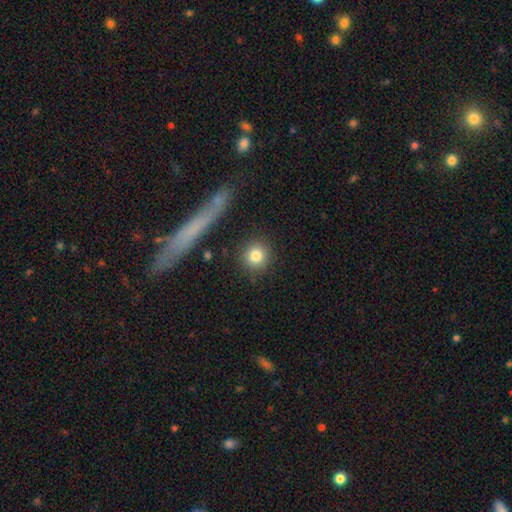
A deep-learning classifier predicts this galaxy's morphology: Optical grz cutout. It shows a smooth galaxy with no disk features (82%) that is round (92%). Merging: none (89%).